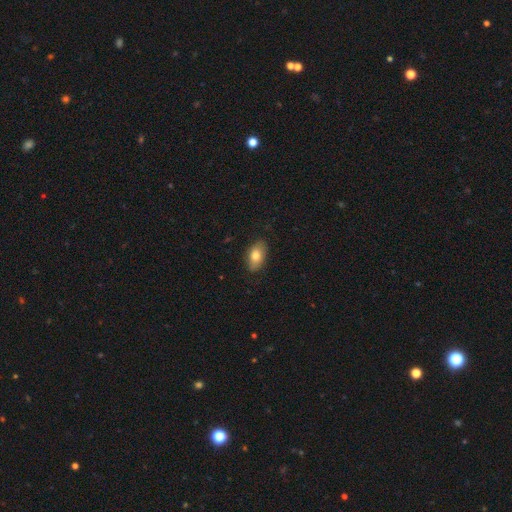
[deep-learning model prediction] smooth-or-featured: smooth: 77% | featured or disk: 16% | star or artifact: 7%
  how-rounded: in between: 91% | round: 5% | cigar-shaped: 3%
  merging: none: 84% | minor disturbance: 13% | major disturbance: 2% | merger: 1%